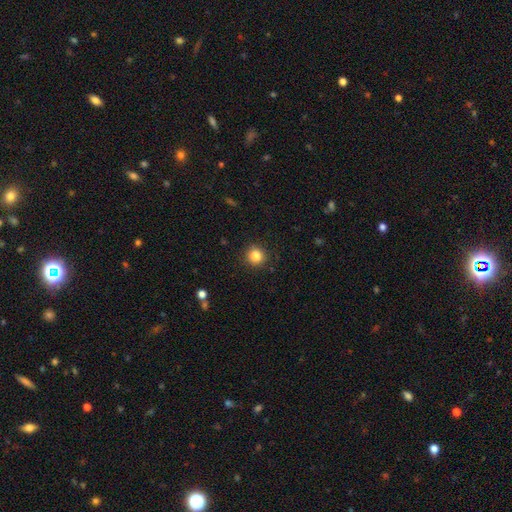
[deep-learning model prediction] Overall: smooth (85%). How rounded: round (91%). Merging: none (90%).